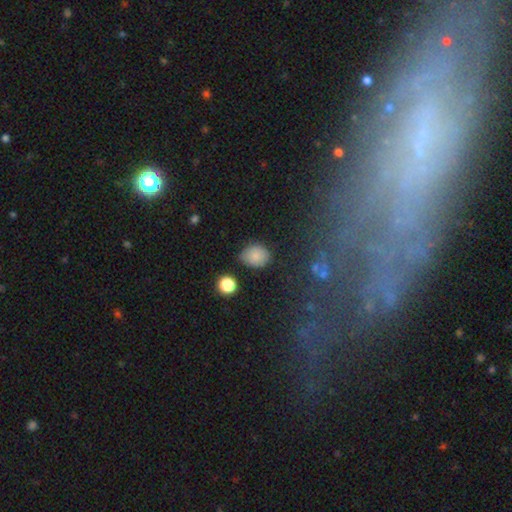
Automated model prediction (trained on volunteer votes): Overall: smooth (81%). How rounded: round (55%; in between 44%). Merging: none (71%).